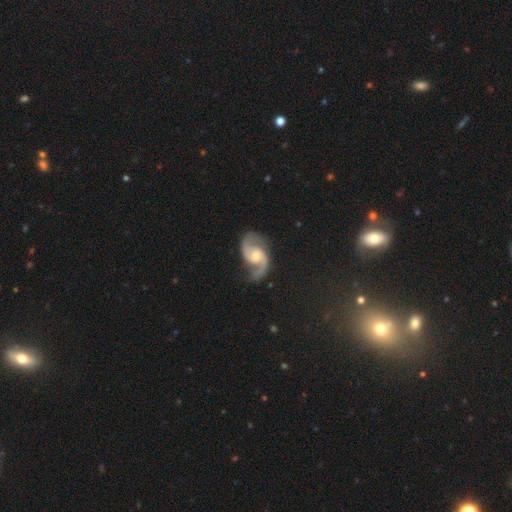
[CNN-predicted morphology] The model was most divided on "bar": no: 53%, weak: 39%, strong: 8%. More confident: edge-on disk — no (98%); spiral arms — yes (98%); spiral arm count — 2 (93%); smooth or featured — featured or disk (90%); merging — none (74%); bulge size — moderate (53%); spiral winding — medium (52%).